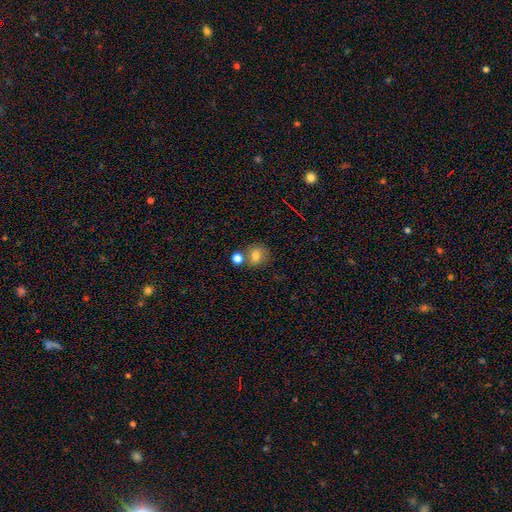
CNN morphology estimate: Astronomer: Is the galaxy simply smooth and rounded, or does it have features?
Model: smooth — 76%.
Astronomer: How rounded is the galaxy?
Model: round — 68%.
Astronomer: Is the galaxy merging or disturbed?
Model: none — 58%.